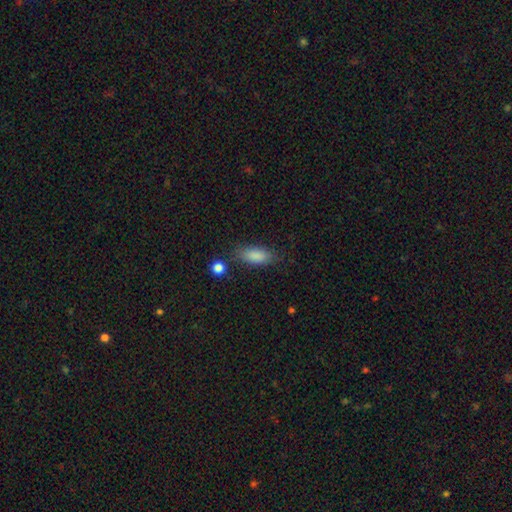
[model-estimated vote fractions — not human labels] smooth_or_featured: smooth (p=0.86) [alt: star or artifact p=0.08]
how_rounded: in between (p=0.83) [alt: cigar-shaped p=0.14]
merging: none (p=0.74) [alt: minor disturbance p=0.17]